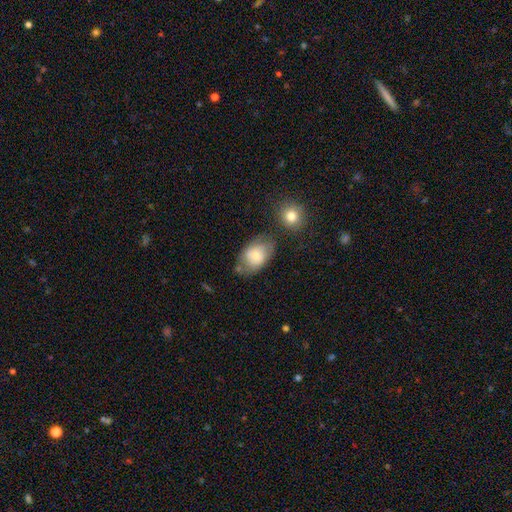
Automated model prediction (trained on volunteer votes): smooth_or_featured: smooth (p=0.70) [alt: featured or disk p=0.23]
how_rounded: in between (p=0.80) [alt: round p=0.19]
merging: none (p=0.55) [alt: minor disturbance p=0.25]